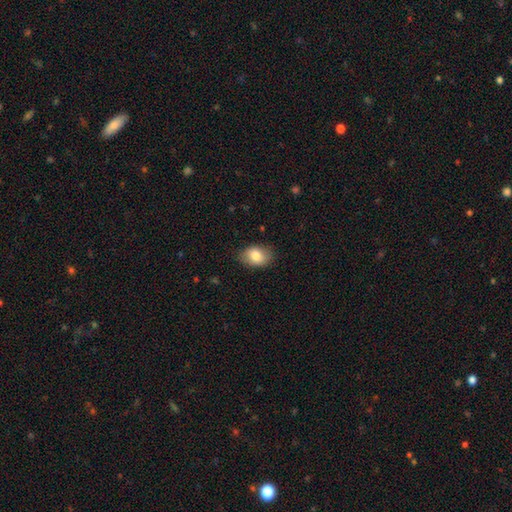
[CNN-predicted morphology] smooth-or-featured: smooth: 82% | featured or disk: 11% | star or artifact: 7%
  how-rounded: in between: 78% | round: 20% | cigar-shaped: 1%
  merging: none: 83% | minor disturbance: 13% | major disturbance: 3% | merger: 1%